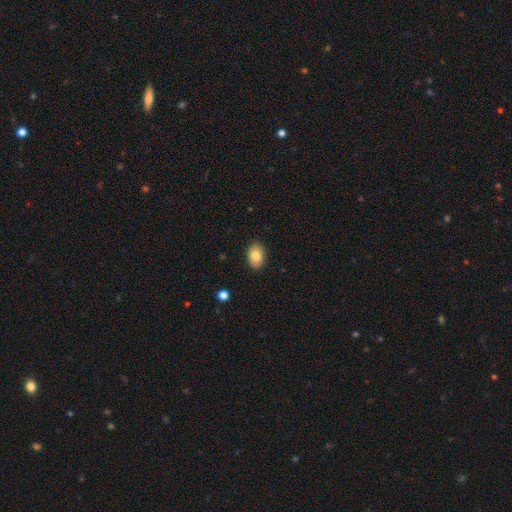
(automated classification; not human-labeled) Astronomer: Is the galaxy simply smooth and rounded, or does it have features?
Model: smooth — 83%.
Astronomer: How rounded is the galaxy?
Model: in between — 87%.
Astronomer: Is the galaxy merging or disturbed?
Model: none — 88%.